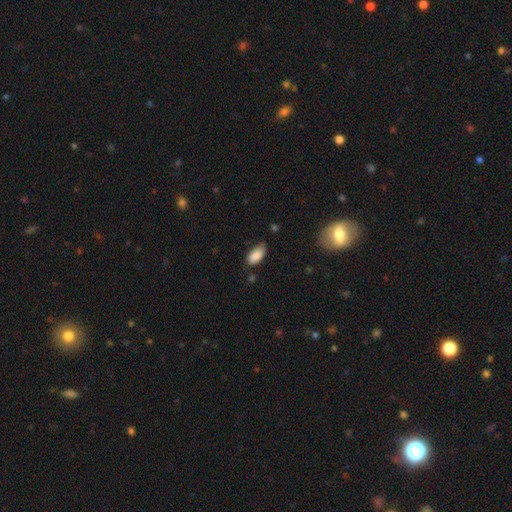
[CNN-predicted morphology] The model was most divided on "merging": none: 65%, minor disturbance: 28%, major disturbance: 5%, merger: 2%. More confident: how rounded — in between (93%); smooth or featured — smooth (87%).